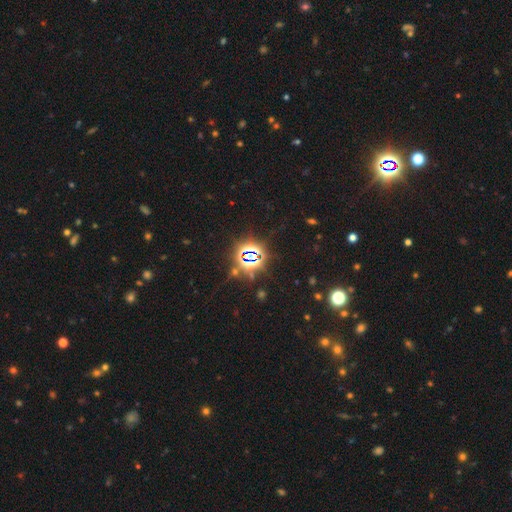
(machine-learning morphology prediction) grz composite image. It shows a star or artifact, not a galaxy (82%).